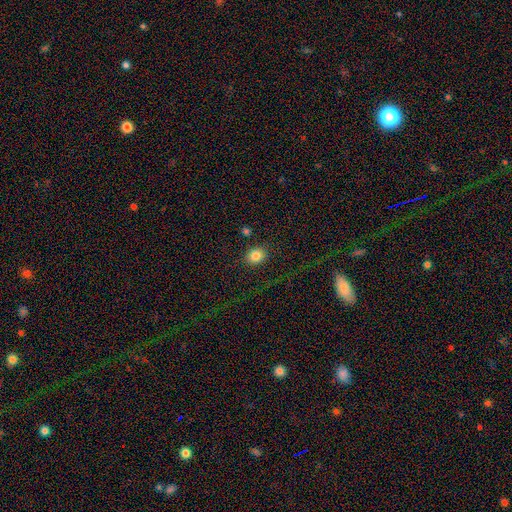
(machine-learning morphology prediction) The model was most divided on "how rounded": round: 59%, in between: 40%, cigar-shaped: 1%. More confident: merging — none (86%); smooth or featured — smooth (84%).